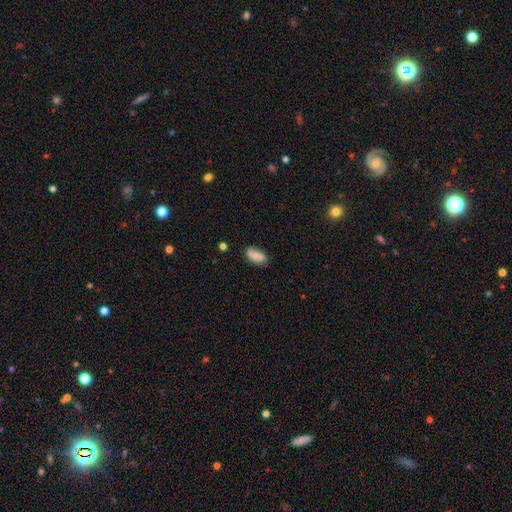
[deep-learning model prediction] Overall: smooth (73%). How rounded: in between (91%). Merging: none (60%; minor disturbance 26%).